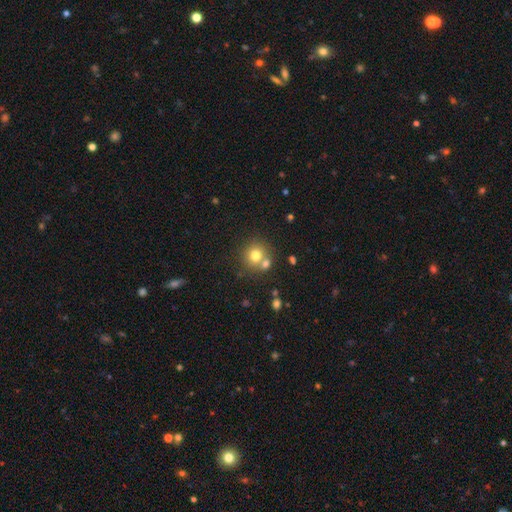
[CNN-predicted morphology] smooth_or_featured: smooth (p=0.74) [alt: star or artifact p=0.13]
how_rounded: round (p=0.88) [alt: in between p=0.11]
merging: none (p=0.60) [alt: merger p=0.29]